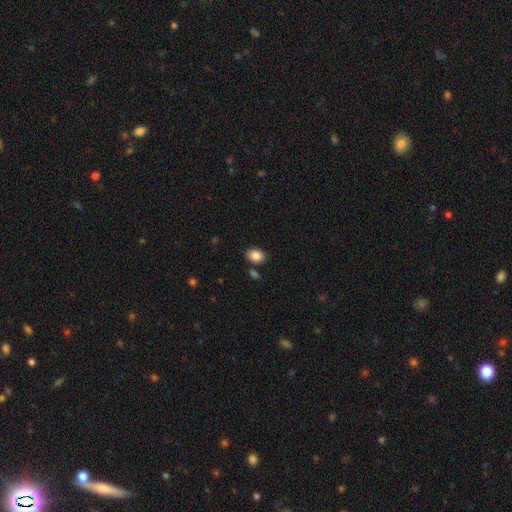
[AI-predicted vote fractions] smooth_or_featured: smooth (p=0.86) [alt: star or artifact p=0.08]
how_rounded: in between (p=0.72) [alt: round p=0.27]
merging: none (p=0.81) [alt: minor disturbance p=0.11]